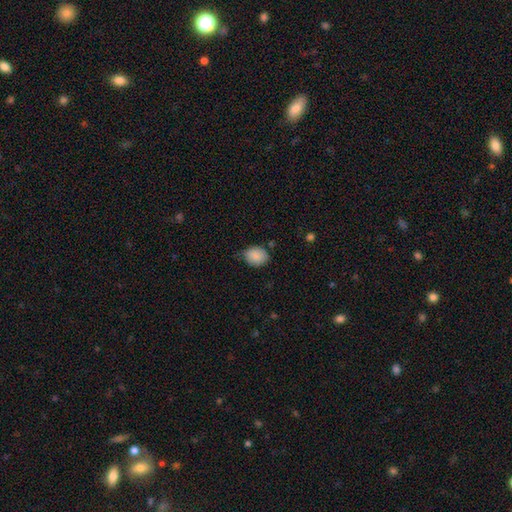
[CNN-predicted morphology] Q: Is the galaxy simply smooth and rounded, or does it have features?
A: smooth — 88%.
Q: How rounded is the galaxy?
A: round — 54%.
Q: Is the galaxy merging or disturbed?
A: none — 65%.